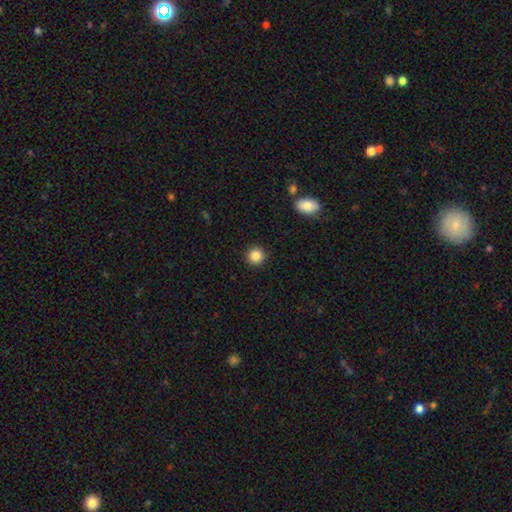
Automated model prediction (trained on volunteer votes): Smooth or featured? smooth (87%)
How rounded? round (94%)
Merging? none (91%)